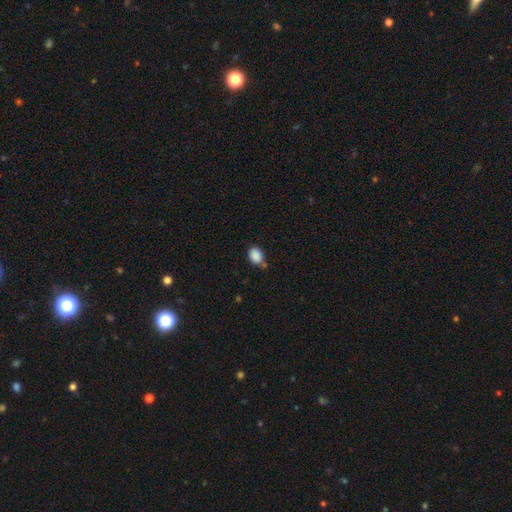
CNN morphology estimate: Q: Smooth or featured?
A: smooth (88%); runner-up: star or artifact (9%)
Q: How rounded?
A: in between (72%); runner-up: round (27%)
Q: Merging?
A: none (65%); runner-up: minor disturbance (24%)